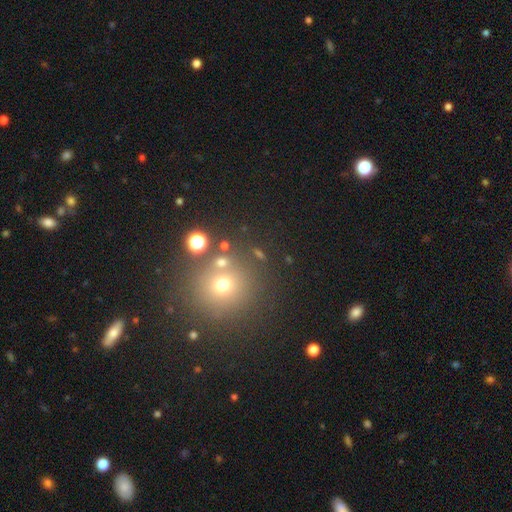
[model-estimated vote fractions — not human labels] Smooth or featured: smooth — 57% (star or artifact — 32%)
How rounded: round — 91% (in between — 8%)
Merging: none — 78% (merger — 9%)